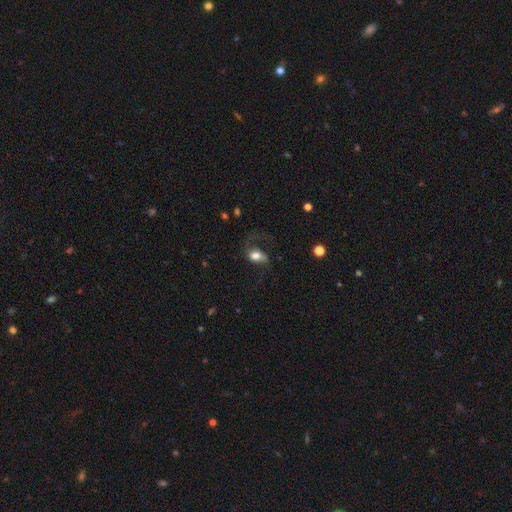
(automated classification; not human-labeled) smooth_or_featured: smooth (p=0.49) [alt: featured or disk p=0.42]
merging: major disturbance (p=0.40) [alt: none p=0.39]